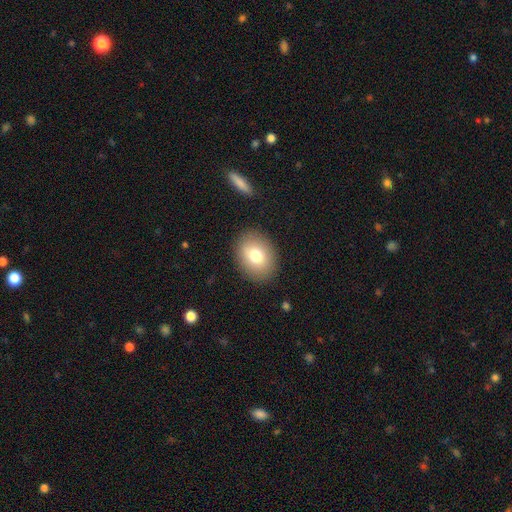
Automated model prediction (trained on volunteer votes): Overall: smooth (76%). How rounded: in between (61%; round 38%). Merging: none (88%).